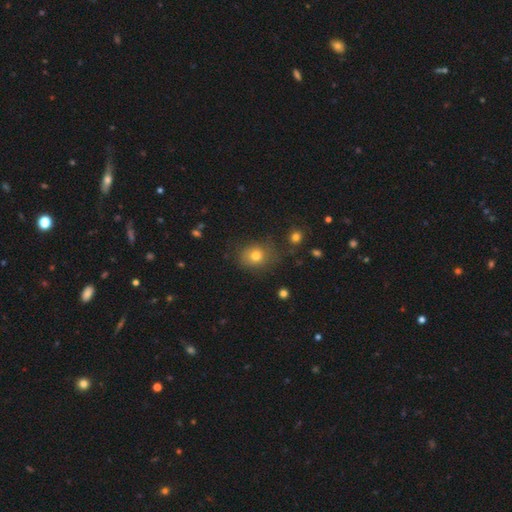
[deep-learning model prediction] A smooth galaxy with no disk features (77%) that is round (66%). Merging: none (72%).